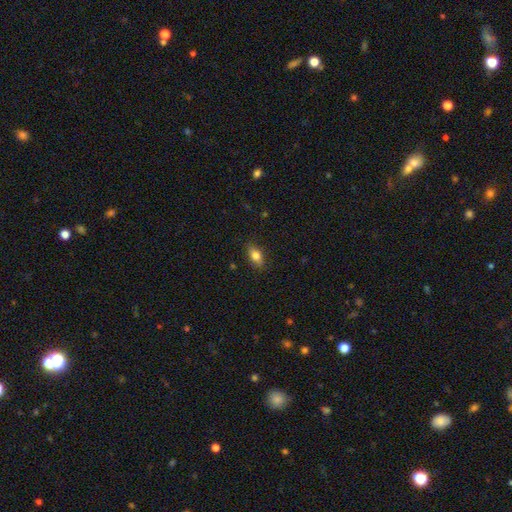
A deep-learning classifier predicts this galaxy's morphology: smooth 77%, featured or disk 14%, star or artifact 8%. Down the decision tree: how rounded — in between (83%); merging — none (83%).